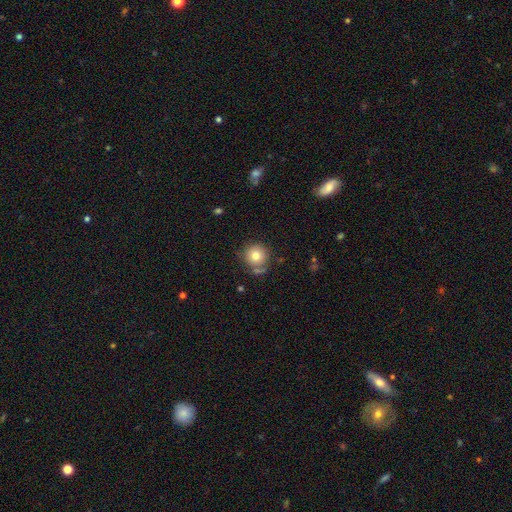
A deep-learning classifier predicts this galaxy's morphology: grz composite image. It shows a smooth galaxy with no disk features (78%) that is round (93%). Merging: none (73%).